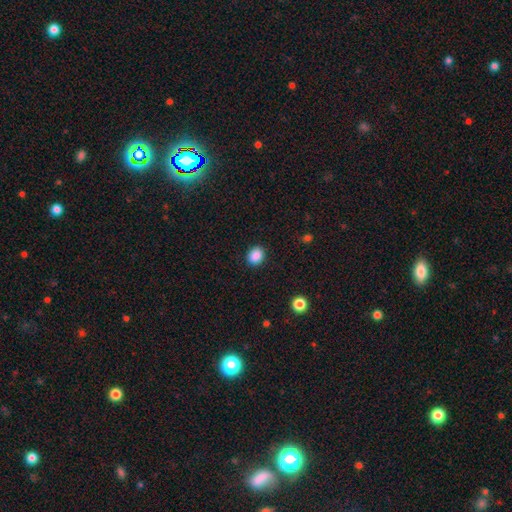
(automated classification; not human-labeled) Morphology: type=smooth (88%); roundness=round (58%); merging=none (89%).